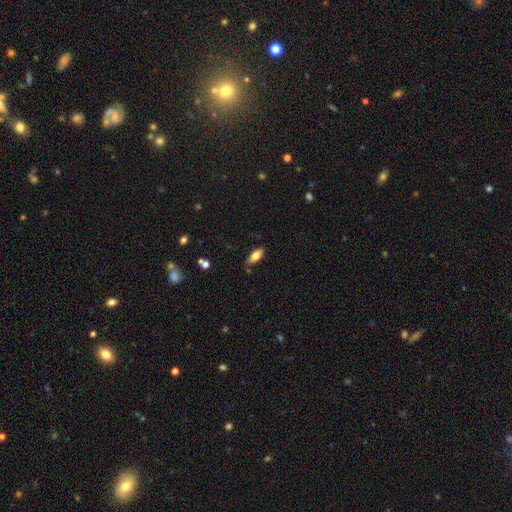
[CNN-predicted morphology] Smooth or featured?
  - smooth: 76% *
  - featured or disk: 16%
  - star or artifact: 8%
How rounded?
  - in between: 82% *
  - cigar-shaped: 16%
  - round: 2%
Merging?
  - none: 83% *
  - minor disturbance: 12%
  - major disturbance: 2%
  - merger: 2%